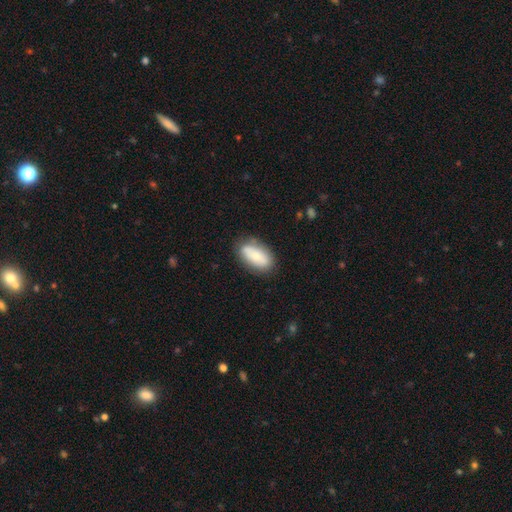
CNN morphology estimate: smooth 68%, featured or disk 25%, star or artifact 7%. Down the decision tree: how rounded — in between (90%); merging — none (78%).